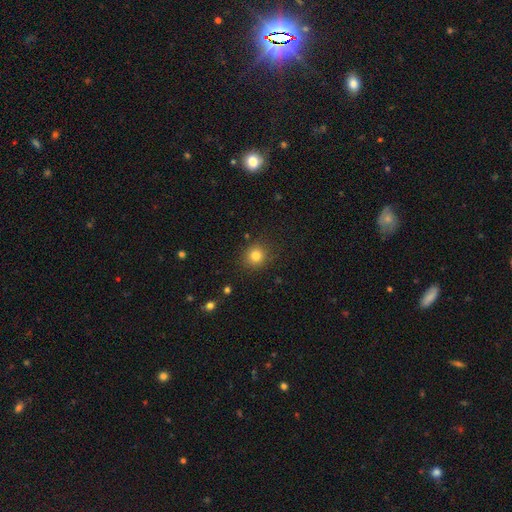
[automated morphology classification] smooth 81%, star or artifact 13%, featured or disk 6%. Down the decision tree: how rounded — round (89%); merging — none (88%).